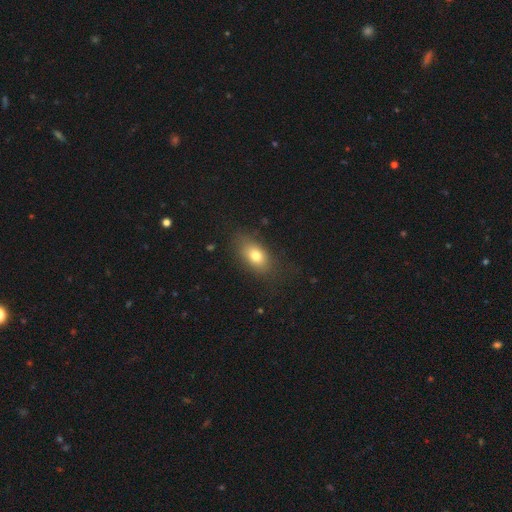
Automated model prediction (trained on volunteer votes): This appears to be a smooth galaxy with no disk features (78%) that is in between round and cigar-shaped (84%). Merging: none (77%).